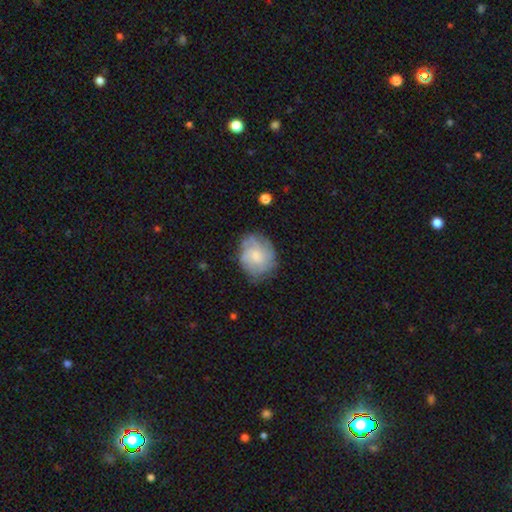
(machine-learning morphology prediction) A featured or disk galaxy (51%). Merging: none (68%).